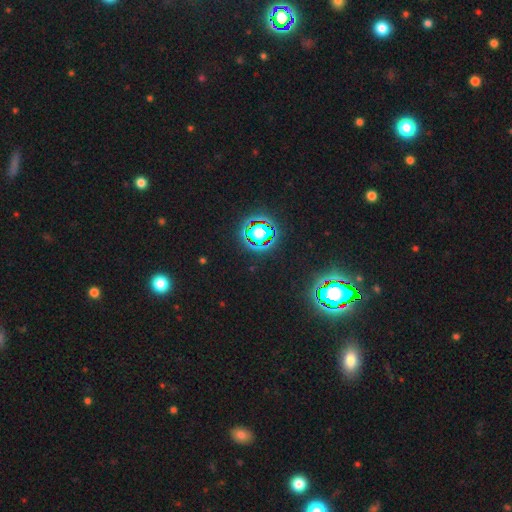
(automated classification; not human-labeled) A star or artifact, not a galaxy (82%).